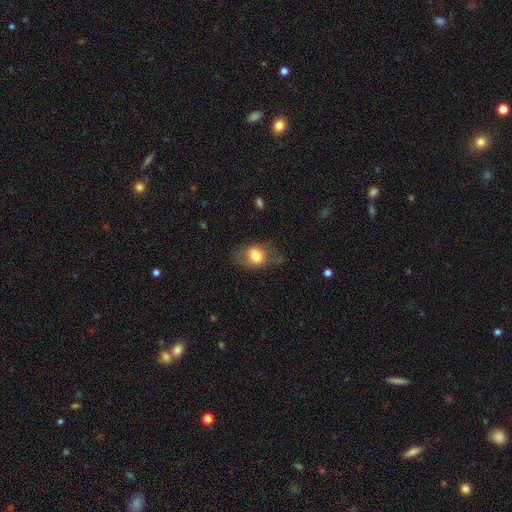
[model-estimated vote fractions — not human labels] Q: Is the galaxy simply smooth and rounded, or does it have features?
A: smooth — 72%.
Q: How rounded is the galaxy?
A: in between — 62%.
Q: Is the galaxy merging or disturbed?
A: none — 64%.